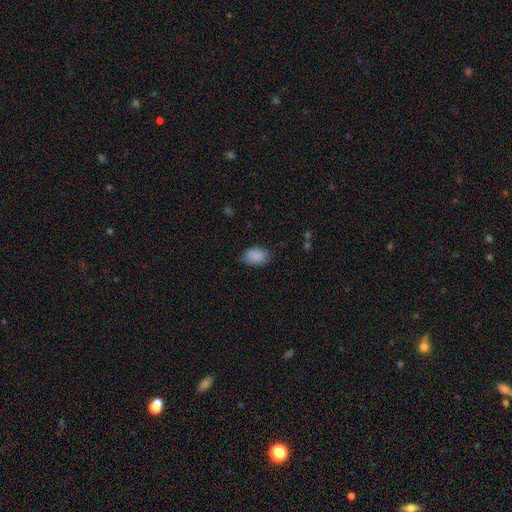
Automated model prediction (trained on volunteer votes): Q: Smooth or featured?
A: smooth (88%); runner-up: star or artifact (7%)
Q: How rounded?
A: in between (84%); runner-up: round (15%)
Q: Merging?
A: none (69%); runner-up: minor disturbance (25%)